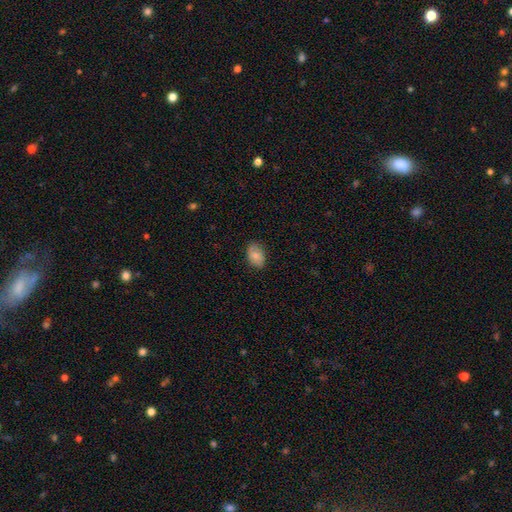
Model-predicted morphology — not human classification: Smooth or featured: smooth — 75% (featured or disk — 18%)
How rounded: in between — 83% (round — 16%)
Merging: none — 82% (minor disturbance — 14%)